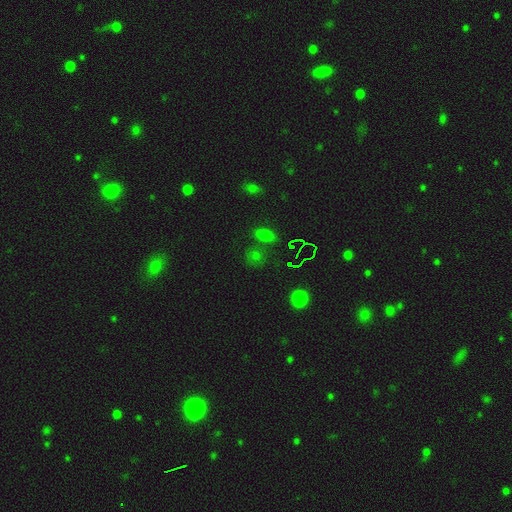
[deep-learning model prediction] A star or artifact, not a galaxy (45%, tied with smooth).

Vote fractions:
- Smooth or featured? star or artifact: 45% (tied) / smooth: 45% (tied) / featured or disk: 9%